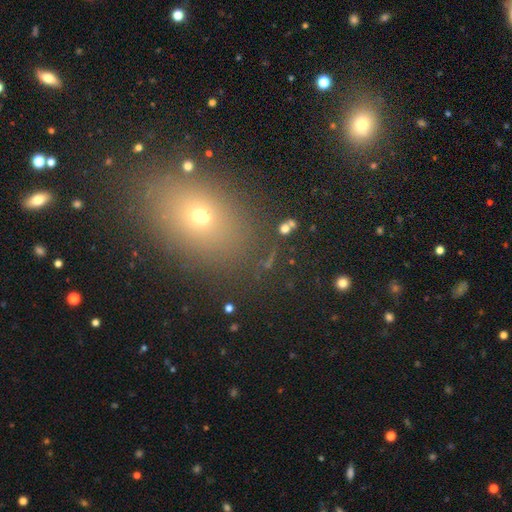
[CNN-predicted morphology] This appears to be a smooth galaxy with no disk features (58%) that is in between round and cigar-shaped (69%). Merging: none (85%).